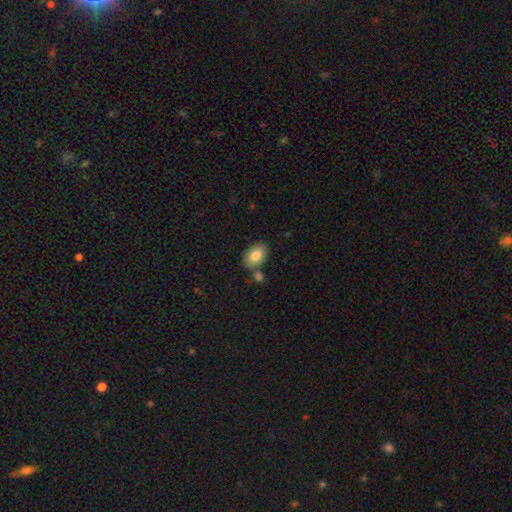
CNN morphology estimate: Smooth or featured: smooth — 81% (featured or disk — 12%)
How rounded: in between — 86% (round — 12%)
Merging: none — 72% (minor disturbance — 13%)